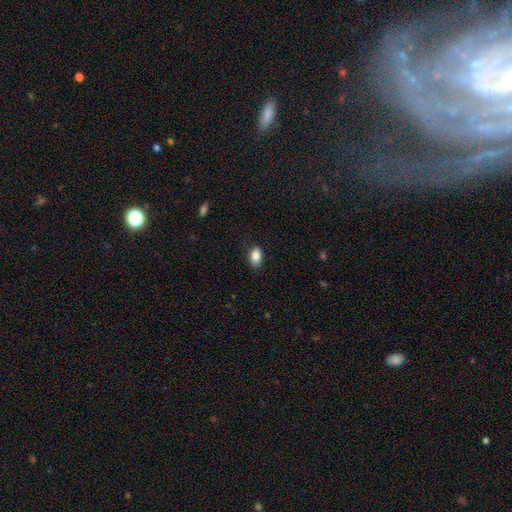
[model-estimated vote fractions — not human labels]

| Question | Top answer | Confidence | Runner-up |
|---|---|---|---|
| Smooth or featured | smooth | 86% | star or artifact (8%) |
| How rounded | in between | 89% | round (9%) |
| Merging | none | 83% | minor disturbance (14%) |